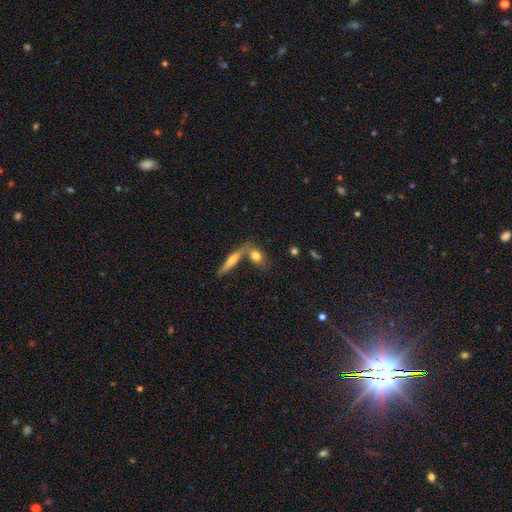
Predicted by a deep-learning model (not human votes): smooth 73%, featured or disk 19%, star or artifact 8%. Down the decision tree: how rounded — in between (58%); merging — none (54%).